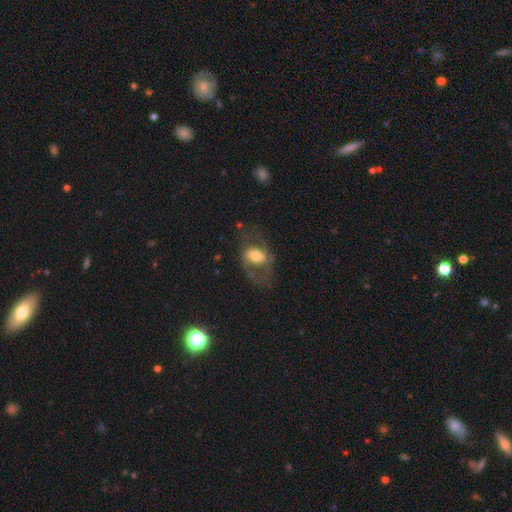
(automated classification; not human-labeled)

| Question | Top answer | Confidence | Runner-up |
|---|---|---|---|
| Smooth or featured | featured or disk | 60% | smooth (32%) |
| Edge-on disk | no | 94% | yes (6%) |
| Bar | weak | 40% | no (35%) |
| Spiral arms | yes | 74% | no (26%) |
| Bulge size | moderate | 51% | large (28%) |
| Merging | none | 53% | major disturbance (25%) |